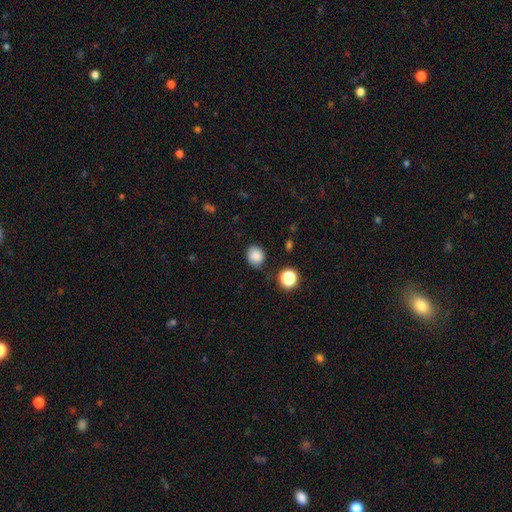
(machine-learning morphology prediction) Smooth or featured: smooth — 84% (star or artifact — 11%)
How rounded: round — 73% (in between — 26%)
Merging: none — 79% (minor disturbance — 15%)